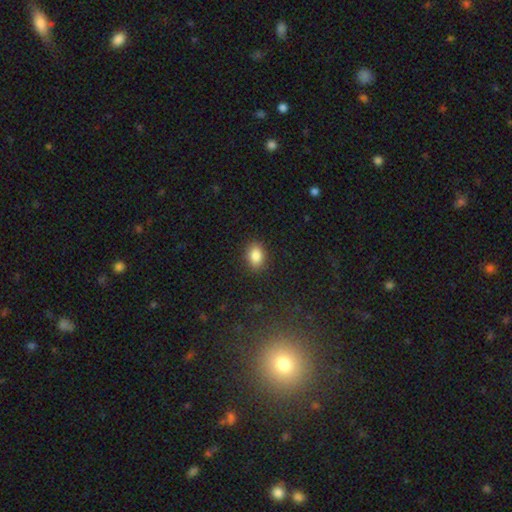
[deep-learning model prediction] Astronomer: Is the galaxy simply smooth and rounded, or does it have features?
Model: smooth — 86%.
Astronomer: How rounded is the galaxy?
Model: in between — 76%.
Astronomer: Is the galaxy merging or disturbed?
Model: none — 87%.